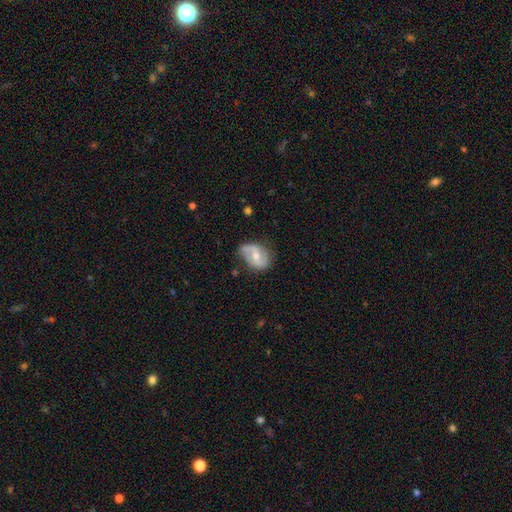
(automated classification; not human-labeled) Smooth or featured? featured or disk (69%)
Edge-on disk? no (97%)
Bar? weak (48%)
Spiral arms? yes (82%)
Spiral winding? medium (45%)
Spiral arm count? 2 (82%)
Bulge size? moderate (62%)
Merging? none (64%)